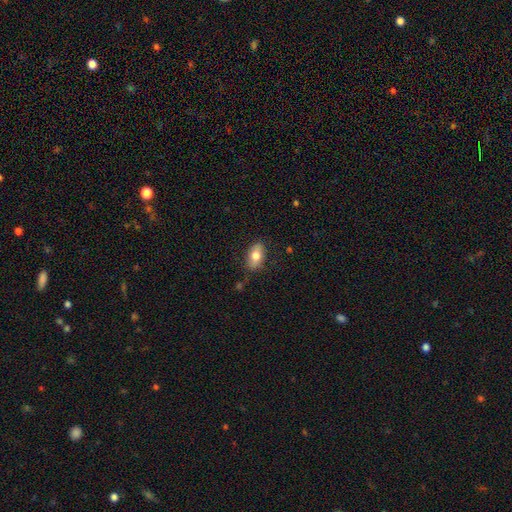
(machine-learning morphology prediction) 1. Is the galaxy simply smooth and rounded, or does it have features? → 77% smooth, 16% featured or disk, 7% star or artifact.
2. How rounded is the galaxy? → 90% in between, 5% round, 4% cigar-shaped.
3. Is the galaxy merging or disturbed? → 82% none, 14% minor disturbance, 3% major disturbance, 2% merger.